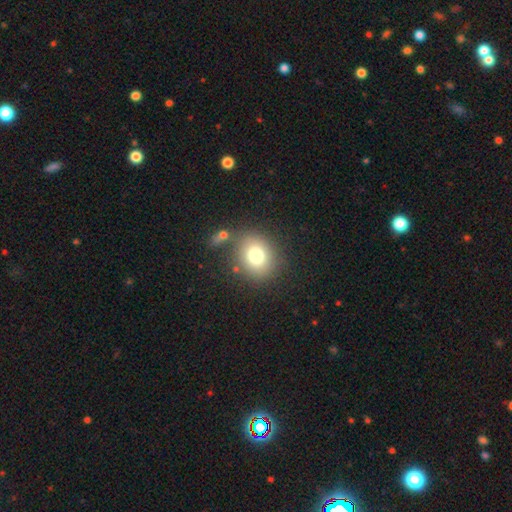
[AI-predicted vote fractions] Smooth or featured? Predicted: smooth (p=0.77). How rounded? Predicted: round (p=0.71). Merging? Predicted: none (p=0.73).